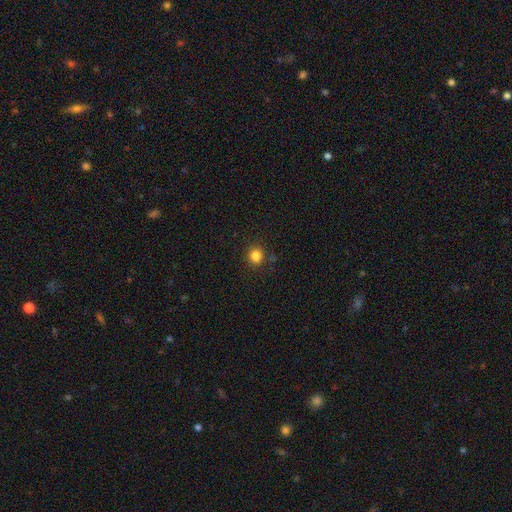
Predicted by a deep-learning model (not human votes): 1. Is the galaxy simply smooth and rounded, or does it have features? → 83% smooth, 12% star or artifact, 4% featured or disk.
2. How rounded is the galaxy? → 80% round, 19% in between, 1% cigar-shaped.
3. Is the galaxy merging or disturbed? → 84% none, 10% minor disturbance, 3% merger, 3% major disturbance.